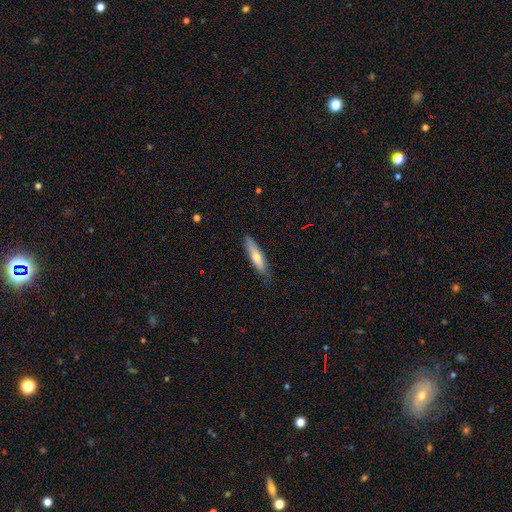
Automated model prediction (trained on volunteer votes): A smooth galaxy with no disk features (60%) that is cigar-shaped (80%).

Vote fractions:
- Smooth or featured? smooth: 60% / featured or disk: 34% / star or artifact: 6%
- How rounded? cigar-shaped: 80% / in between: 18% / round: 2%
- Merging? none: 81% / minor disturbance: 16% / major disturbance: 2% / merger: 1%